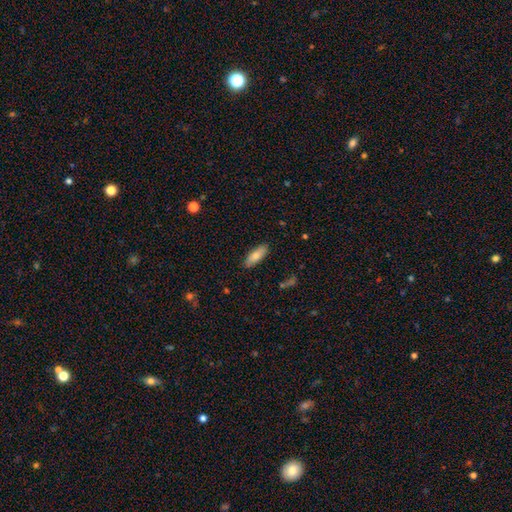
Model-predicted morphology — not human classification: This is likely a smooth galaxy (78%). How rounded: likely in between (65%). Merging: clearly none (87%).